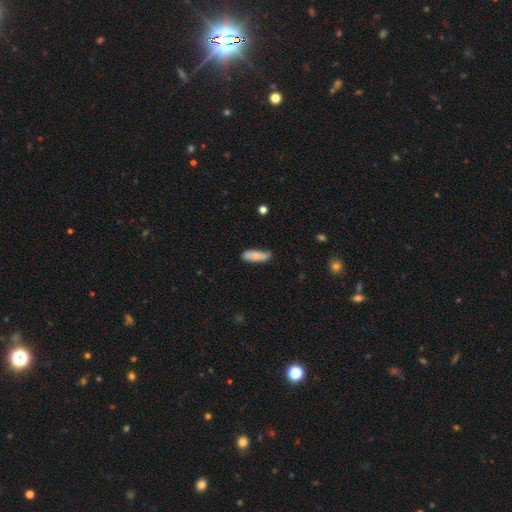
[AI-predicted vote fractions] smooth-or-featured: smooth: 76% | featured or disk: 18% | star or artifact: 6%
  how-rounded: in between: 62% | cigar-shaped: 36% | round: 2%
  merging: none: 65% | minor disturbance: 28% | major disturbance: 5% | merger: 3%